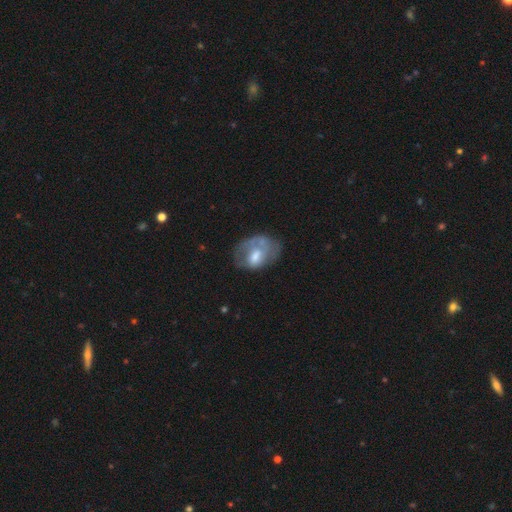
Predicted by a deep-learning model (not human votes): Smooth or featured?
  - featured or disk: 46% *
  - smooth: 45%
  - star or artifact: 9%
Merging?
  - none: 42% *
  - minor disturbance: 28%
  - major disturbance: 25%
  - merger: 5%